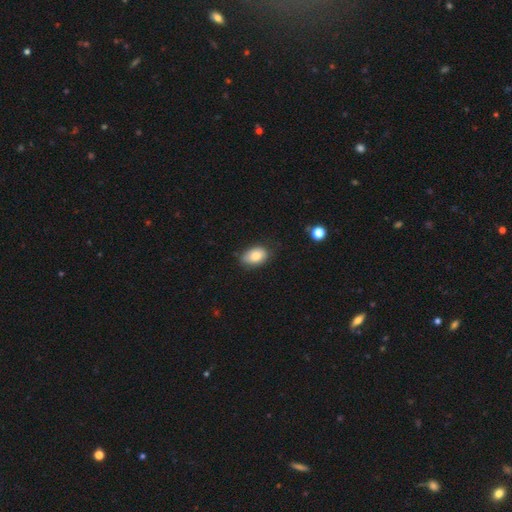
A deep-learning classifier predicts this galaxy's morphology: Smooth or featured? smooth (82%)
How rounded? in between (87%)
Merging? none (67%)